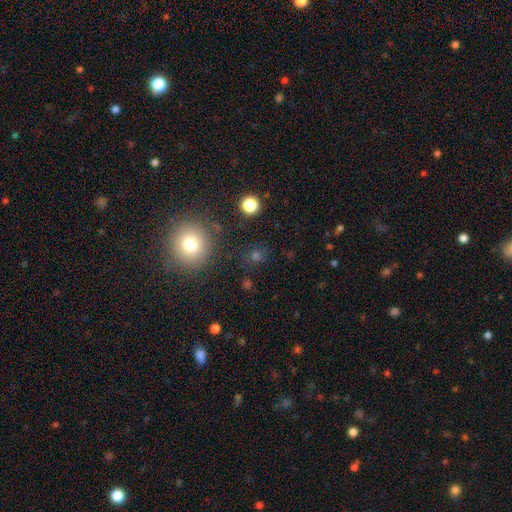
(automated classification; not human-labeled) A smooth galaxy with no disk features (59%) that is round (85%).

Vote fractions:
- Smooth or featured? smooth: 59% / star or artifact: 34% / featured or disk: 8%
- How rounded? round: 85% / in between: 13% / cigar-shaped: 1%
- Merging? none: 85% / minor disturbance: 8% / major disturbance: 4% / merger: 3%